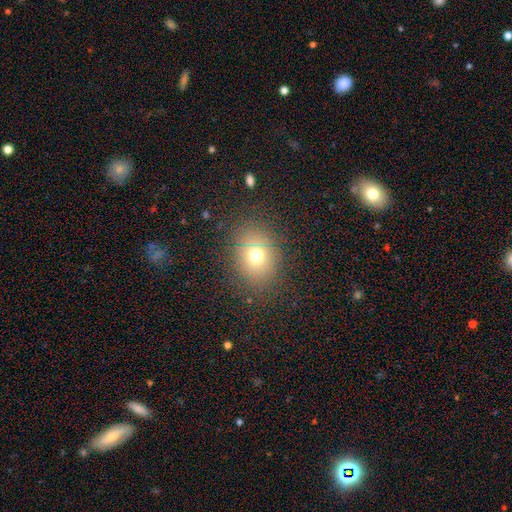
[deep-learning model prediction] smooth_or_featured: smooth (p=0.68) [alt: star or artifact p=0.18]
how_rounded: round (p=0.58) [alt: in between p=0.41]
merging: none (p=0.81) [alt: minor disturbance p=0.11]